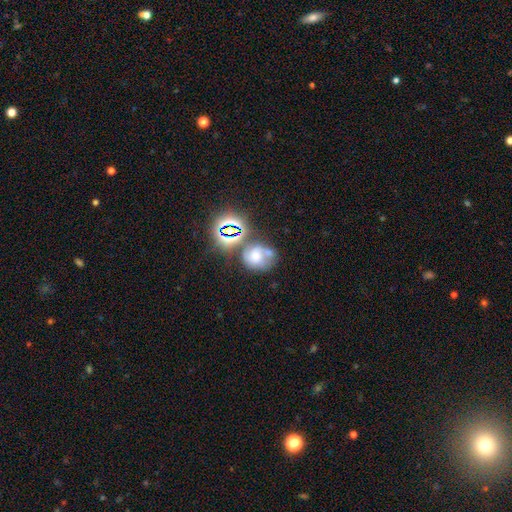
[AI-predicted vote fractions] Smooth or featured? Predicted: smooth (p=0.46). Merging? Predicted: none (p=0.37).